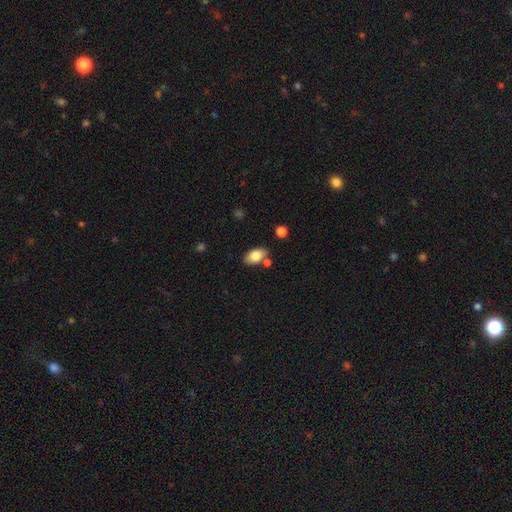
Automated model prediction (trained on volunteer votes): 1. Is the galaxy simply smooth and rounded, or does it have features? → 80% smooth, 12% featured or disk, 8% star or artifact.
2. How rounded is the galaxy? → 91% in between, 6% round, 3% cigar-shaped.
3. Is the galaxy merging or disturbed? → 72% none, 14% minor disturbance, 11% merger, 3% major disturbance.